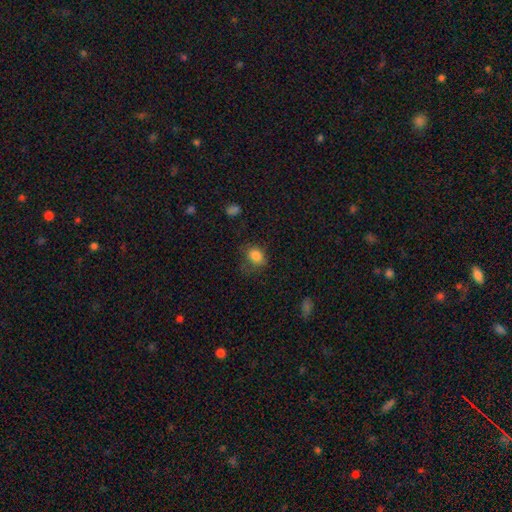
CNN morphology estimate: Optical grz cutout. It shows a smooth galaxy with no disk features (83%) that is in between round and cigar-shaped (56%). Merging: none (57%).